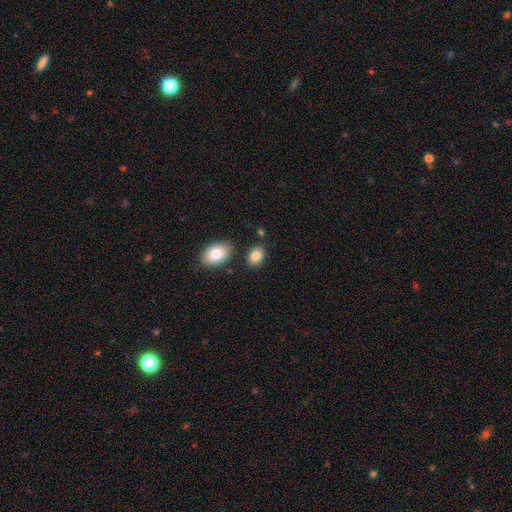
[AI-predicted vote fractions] Smooth or featured? Predicted: smooth (p=0.84). How rounded? Predicted: in between (p=0.75). Merging? Predicted: none (p=0.78).